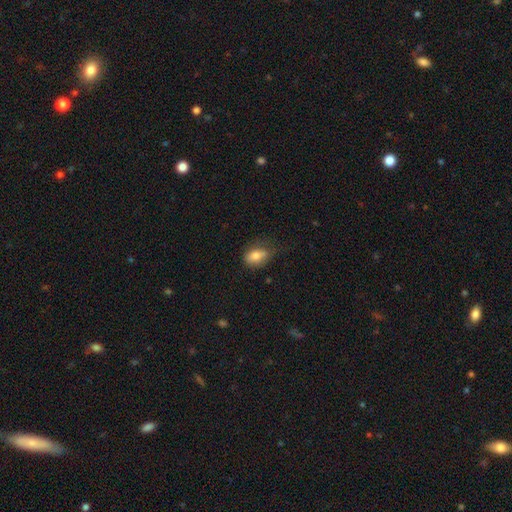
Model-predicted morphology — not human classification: This appears to be a smooth galaxy with no disk features (79%) that is in between round and cigar-shaped (81%). Merging: none (57%).